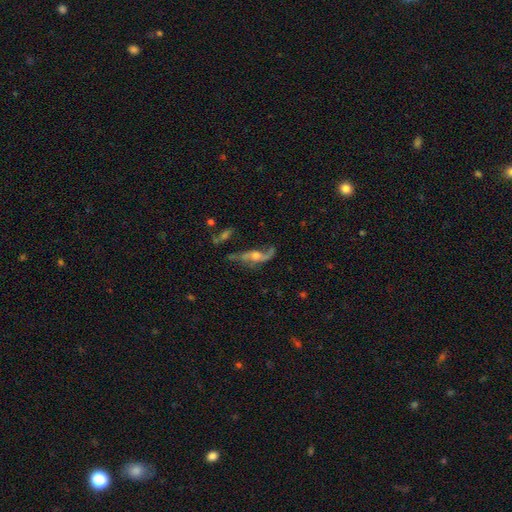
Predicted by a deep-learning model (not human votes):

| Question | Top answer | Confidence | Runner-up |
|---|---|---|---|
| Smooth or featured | featured or disk | 73% | smooth (18%) |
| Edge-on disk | no | 81% | yes (19%) |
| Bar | no | 64% | weak (27%) |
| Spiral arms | yes | 83% | no (17%) |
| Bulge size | moderate | 52% | small (30%) |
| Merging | none | 44% | major disturbance (27%) |